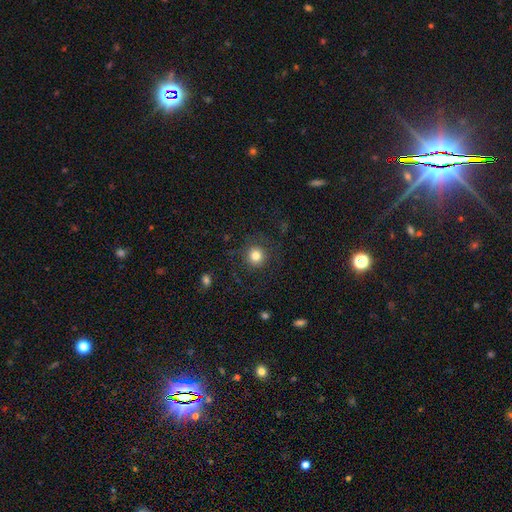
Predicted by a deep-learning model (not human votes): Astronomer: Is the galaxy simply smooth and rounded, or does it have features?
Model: smooth — 81%.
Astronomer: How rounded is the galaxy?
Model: round — 94%.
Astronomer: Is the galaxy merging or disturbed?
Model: none — 84%.